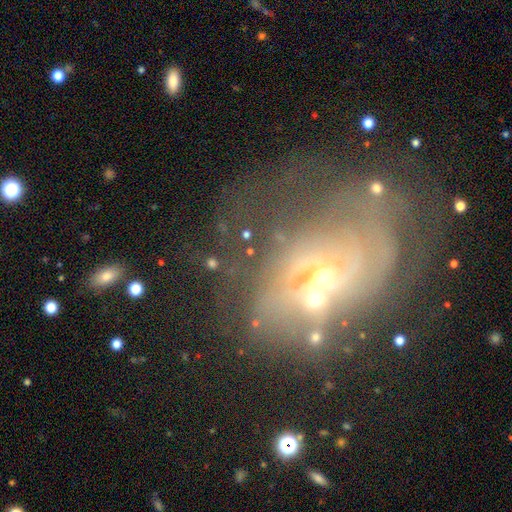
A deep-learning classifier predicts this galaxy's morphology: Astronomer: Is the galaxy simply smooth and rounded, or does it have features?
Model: featured or disk — 70%.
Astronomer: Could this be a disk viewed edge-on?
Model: no — 96%.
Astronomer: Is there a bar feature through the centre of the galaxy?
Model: no — 76%.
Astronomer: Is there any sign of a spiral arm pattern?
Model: yes — 69%.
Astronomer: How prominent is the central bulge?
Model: small — 68%.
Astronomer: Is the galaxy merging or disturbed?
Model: none — 40% (runner-up: major disturbance, 27%).